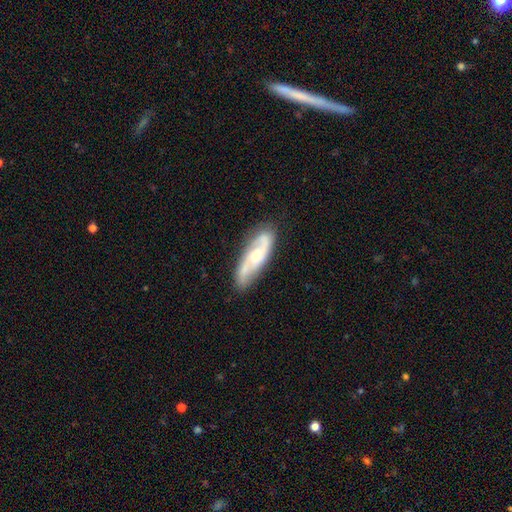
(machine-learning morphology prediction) Smooth or featured? Predicted: featured or disk (p=0.74). Edge-on disk? Predicted: no (p=0.86). Bar? Predicted: no (p=0.61). Spiral arms? Predicted: yes (p=0.92). Spiral winding? Predicted: medium (p=0.46). Spiral arm count? Predicted: 2 (p=0.78). Bulge size? Predicted: moderate (p=0.47). Merging? Predicted: none (p=0.80).